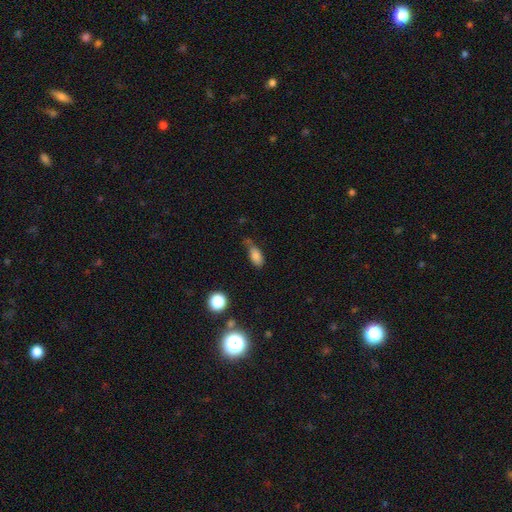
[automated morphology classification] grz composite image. It shows a smooth galaxy with no disk features (80%) that is in between round and cigar-shaped (84%). Merging: none (42%).